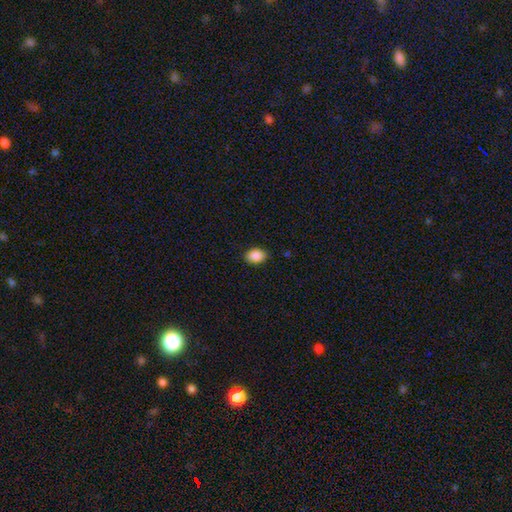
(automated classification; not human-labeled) This is clearly a smooth galaxy (89%). How rounded: likely in between (75%). Merging: clearly none (89%).